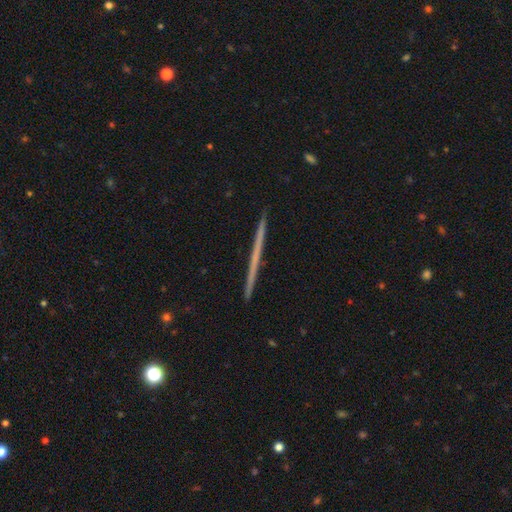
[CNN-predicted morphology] The model was most divided on "smooth or featured": featured or disk: 61%, smooth: 33%, star or artifact: 6%. More confident: edge-on disk — yes (98%); merging — none (93%); edge-on bulge — none (90%).